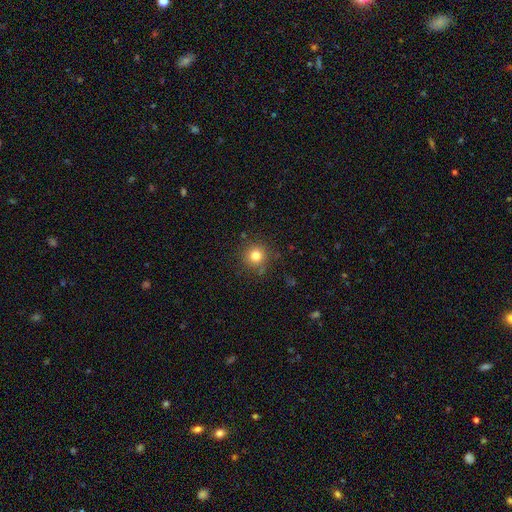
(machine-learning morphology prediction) Smooth or featured? Predicted: smooth (p=0.79). How rounded? Predicted: round (p=0.95). Merging? Predicted: none (p=0.86).